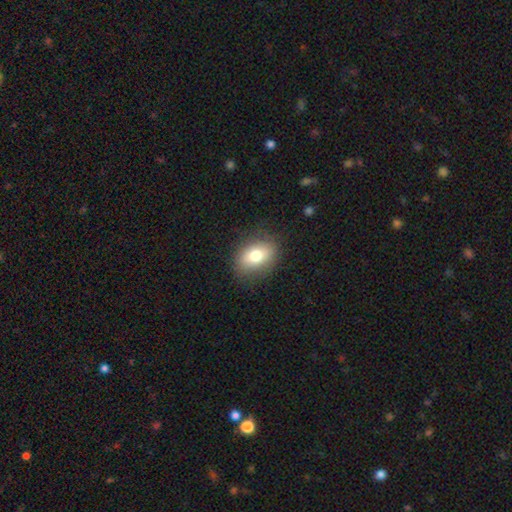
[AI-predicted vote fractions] A smooth galaxy with no disk features (76%) that is in between round and cigar-shaped (78%). Merging: none (82%).